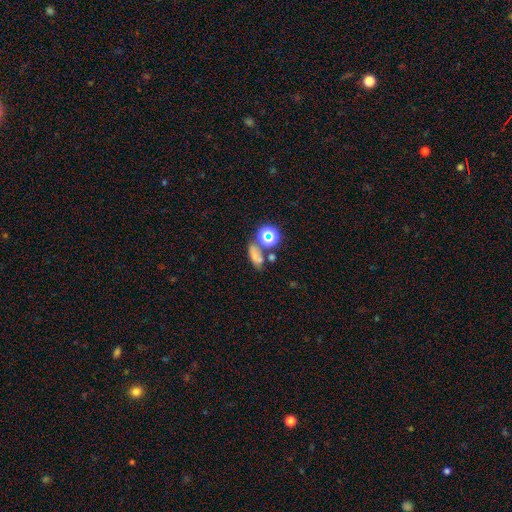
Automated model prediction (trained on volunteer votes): A smooth galaxy with no disk features (60%) that is in between round and cigar-shaped (70%). Merging: none (52%).